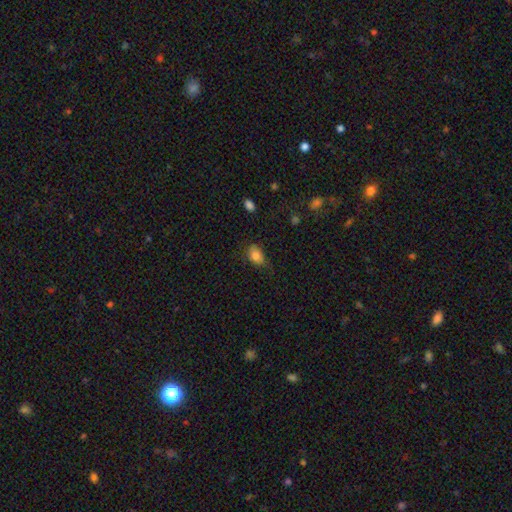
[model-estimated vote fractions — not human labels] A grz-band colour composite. It shows a smooth galaxy with no disk features (83%) that is in between round and cigar-shaped (82%). Merging: none (58%).